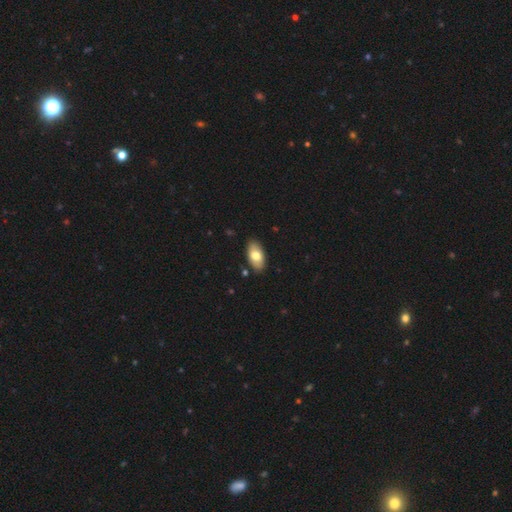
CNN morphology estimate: A smooth galaxy with no disk features (74%) that is in between round and cigar-shaped (94%). Merging: none (87%).